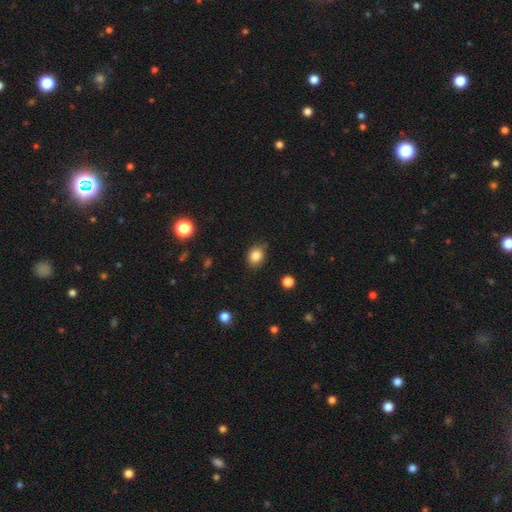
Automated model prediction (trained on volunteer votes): Morphology: type=smooth (84%); roundness=in between (53%); merging=none (81%).